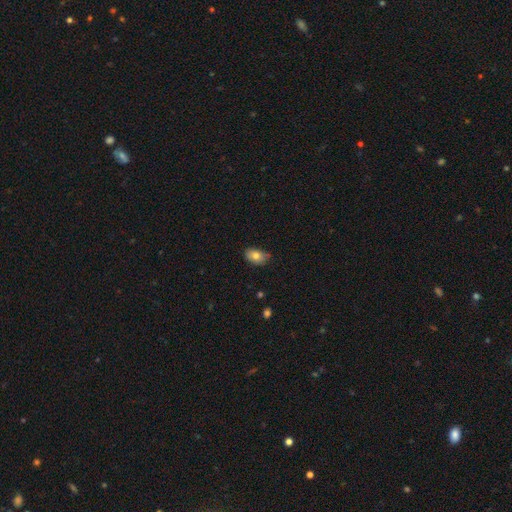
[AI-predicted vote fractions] smooth 78%, featured or disk 13%, star or artifact 9%. Down the decision tree: how rounded — in between (87%); merging — none (73%).